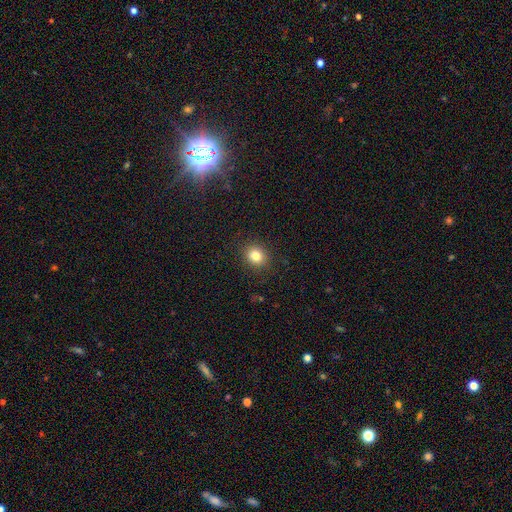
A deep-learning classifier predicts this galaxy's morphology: This is clearly a smooth galaxy (82%). How rounded: likely round (73%). Merging: clearly none (89%).